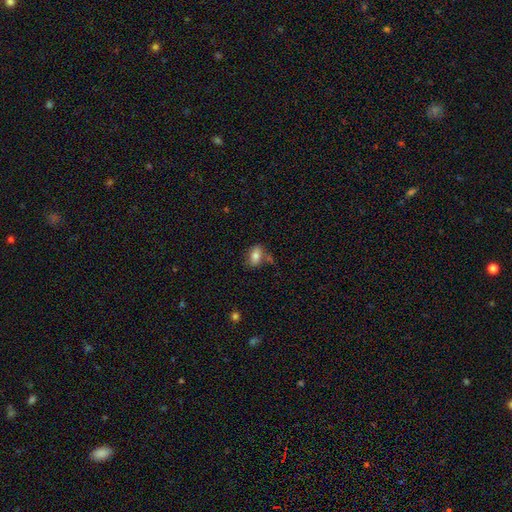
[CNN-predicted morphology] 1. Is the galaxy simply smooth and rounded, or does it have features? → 79% smooth, 12% featured or disk, 8% star or artifact.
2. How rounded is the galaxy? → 87% in between, 10% round, 3% cigar-shaped.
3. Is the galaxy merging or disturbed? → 67% none, 17% minor disturbance, 11% merger, 5% major disturbance.